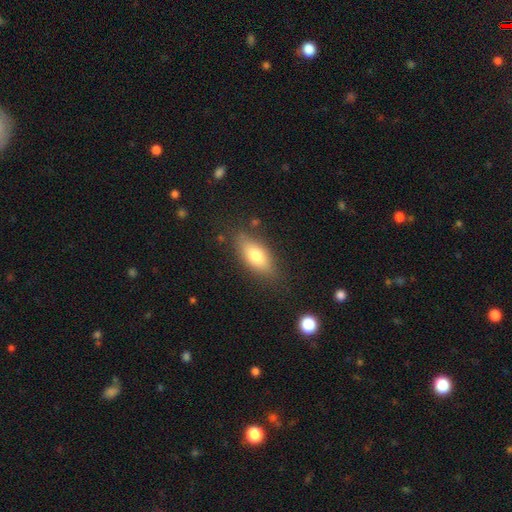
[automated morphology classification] This appears to be a smooth galaxy with no disk features (71%) that is in between round and cigar-shaped (80%). Merging: none (79%).